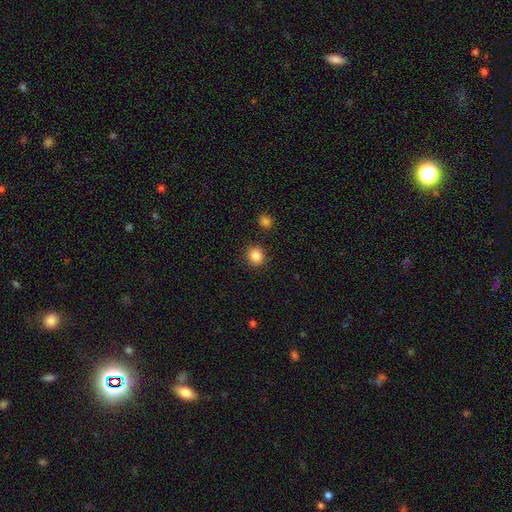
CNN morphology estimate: Smooth or featured?
  - smooth: 85% *
  - star or artifact: 10%
  - featured or disk: 4%
How rounded?
  - round: 86% *
  - in between: 14%
  - cigar-shaped: 1%
Merging?
  - none: 89% *
  - minor disturbance: 6%
  - merger: 2%
  - major disturbance: 2%